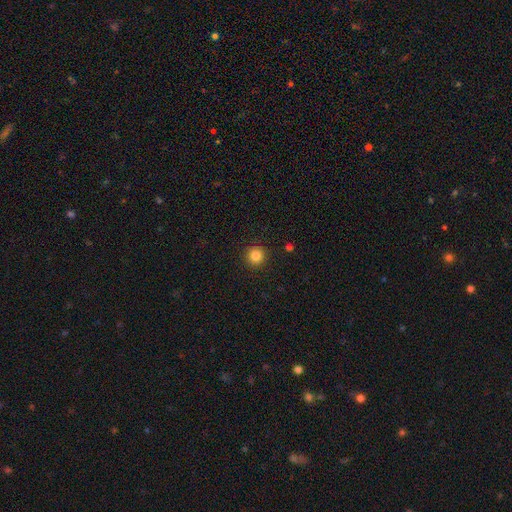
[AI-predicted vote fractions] This is clearly a smooth galaxy (84%). How rounded: clearly round (95%). Merging: clearly none (92%).